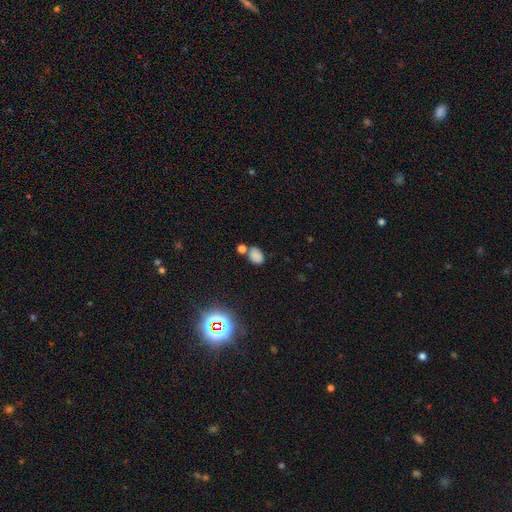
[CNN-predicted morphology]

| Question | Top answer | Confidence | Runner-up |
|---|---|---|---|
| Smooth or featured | smooth | 78% | star or artifact (16%) |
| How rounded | in between | 78% | round (20%) |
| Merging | none | 60% | merger (21%) |